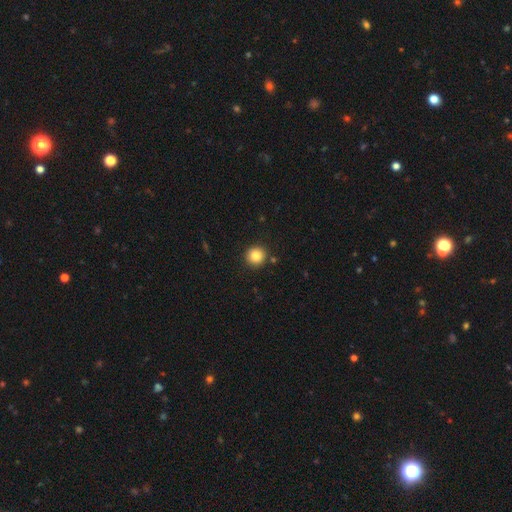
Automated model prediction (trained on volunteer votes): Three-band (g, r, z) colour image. It shows a smooth galaxy with no disk features (84%) that is round (92%). Merging: none (89%).